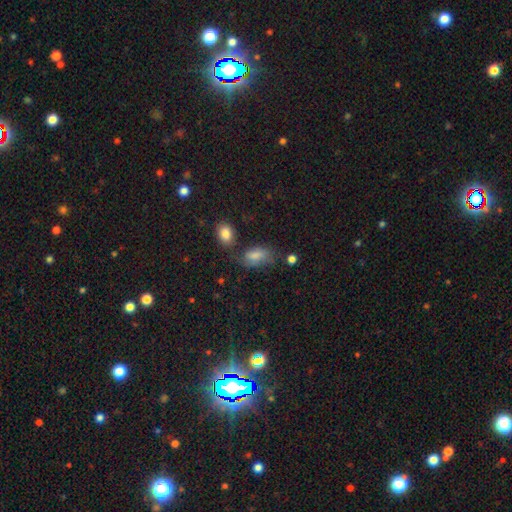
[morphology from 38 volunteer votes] Smooth or featured?
  - smooth: 84% *
  - featured or disk: 11%
  - star or artifact: 5%
How rounded?
  - in between: 91% *
  - round: 9%
  - cigar-shaped: 0%
Merging?
  - none: 50% *
  - minor disturbance: 39%
  - major disturbance: 6%
  - merger: 6%